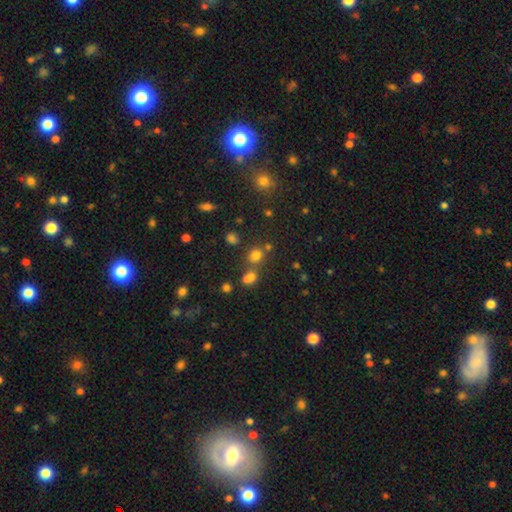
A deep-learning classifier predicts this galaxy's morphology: Q: Smooth or featured?
A: smooth (68%); runner-up: star or artifact (23%)
Q: How rounded?
A: round (78%); runner-up: in between (21%)
Q: Merging?
A: none (60%); runner-up: merger (26%)